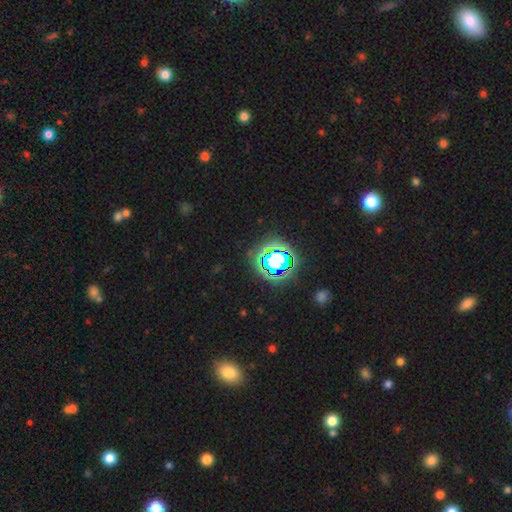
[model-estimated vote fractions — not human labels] Smooth or featured: star or artifact — 73% (smooth — 19%)